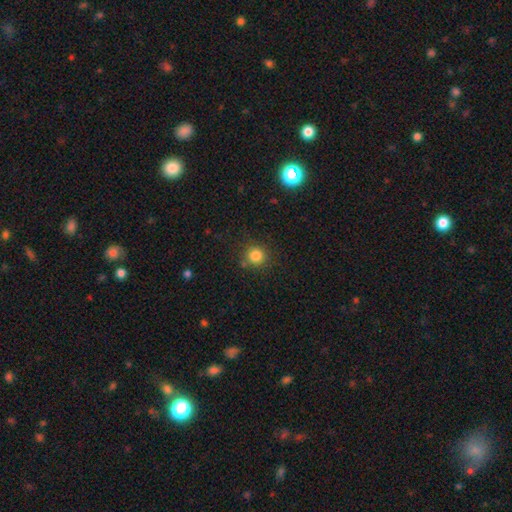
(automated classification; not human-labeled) smooth_or_featured: smooth (p=0.82) [alt: star or artifact p=0.13]
how_rounded: round (p=0.91) [alt: in between p=0.08]
merging: none (p=0.81) [alt: minor disturbance p=0.11]